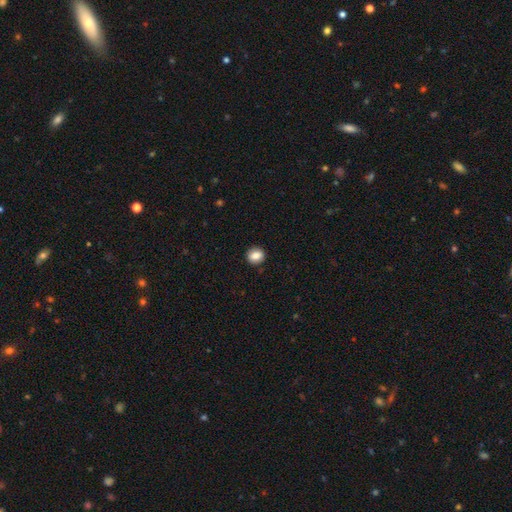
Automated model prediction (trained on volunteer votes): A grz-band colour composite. It shows a smooth galaxy with no disk features (83%) that is round (78%). Merging: none (90%).